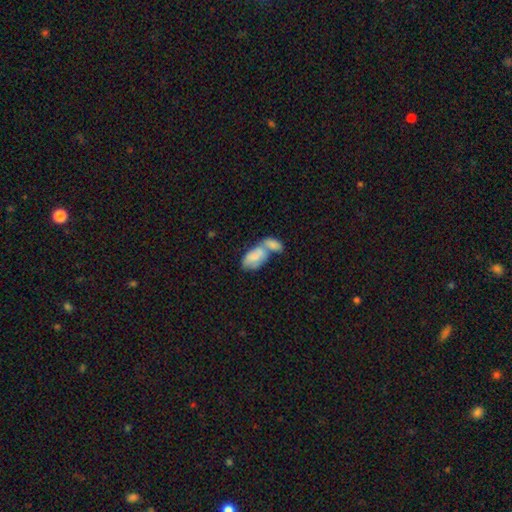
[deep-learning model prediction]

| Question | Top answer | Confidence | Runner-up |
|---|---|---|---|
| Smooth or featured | smooth | 70% | featured or disk (24%) |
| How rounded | in between | 94% | round (4%) |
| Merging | merger | 71% | none (15%) |